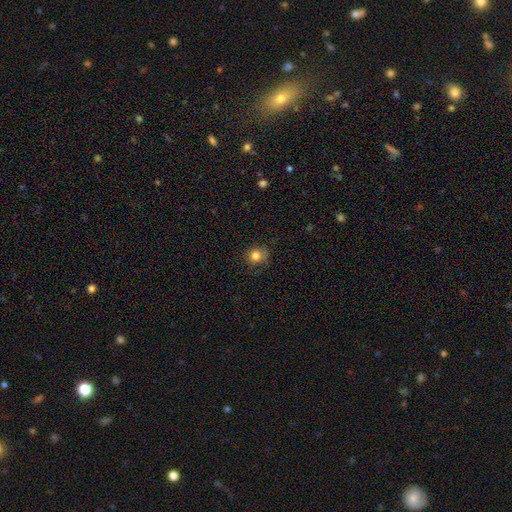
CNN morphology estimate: Smooth or featured: smooth — 81% (star or artifact — 12%)
How rounded: round — 82% (in between — 17%)
Merging: none — 77% (minor disturbance — 18%)